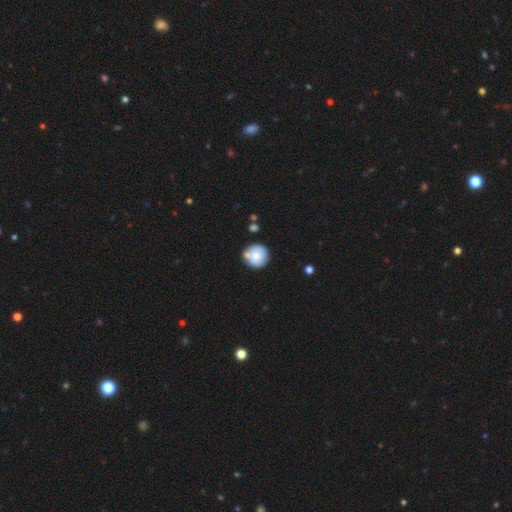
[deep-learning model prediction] smooth 72%, featured or disk 21%, star or artifact 7%. Down the decision tree: how rounded — round (93%); merging — none (69%).